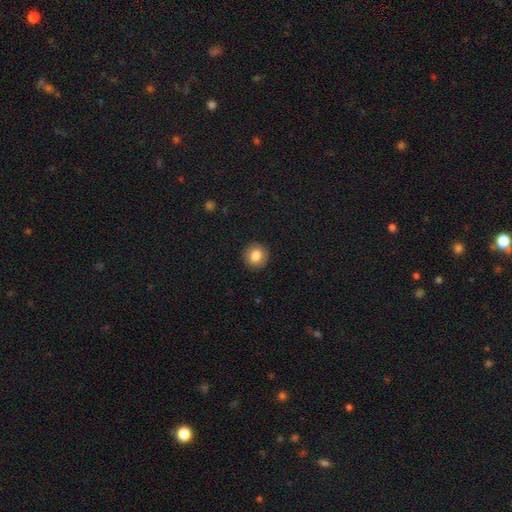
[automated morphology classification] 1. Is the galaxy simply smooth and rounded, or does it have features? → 82% smooth, 9% featured or disk, 9% star or artifact.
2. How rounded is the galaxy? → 88% round, 11% in between, 1% cigar-shaped.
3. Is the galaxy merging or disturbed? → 91% none, 6% minor disturbance, 2% major disturbance, 1% merger.